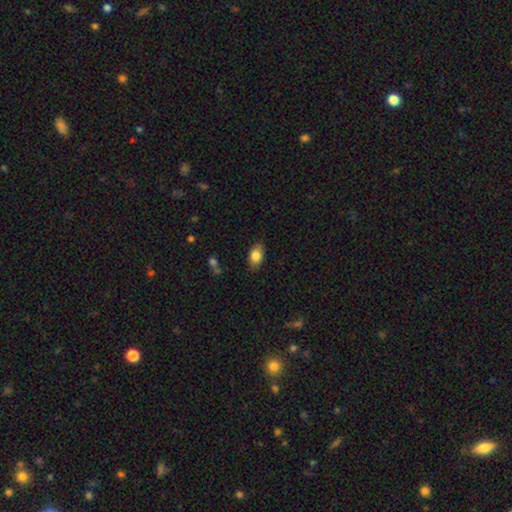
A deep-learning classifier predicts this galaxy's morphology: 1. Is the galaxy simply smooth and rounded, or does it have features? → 83% smooth, 10% featured or disk, 8% star or artifact.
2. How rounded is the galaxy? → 88% in between, 10% round, 2% cigar-shaped.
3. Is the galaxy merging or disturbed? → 82% none, 14% minor disturbance, 3% major disturbance, 1% merger.